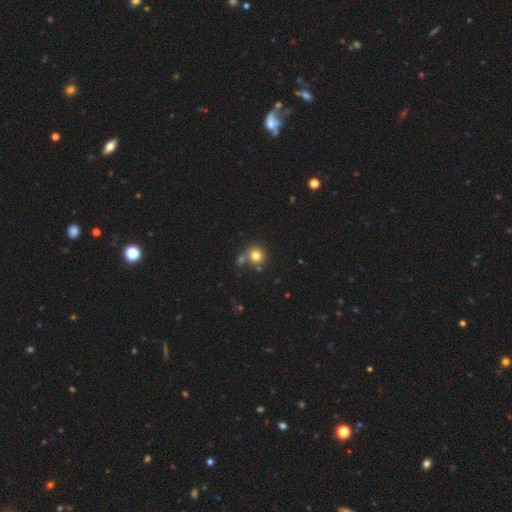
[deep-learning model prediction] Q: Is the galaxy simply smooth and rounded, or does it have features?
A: smooth — 80%.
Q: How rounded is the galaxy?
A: round — 89%.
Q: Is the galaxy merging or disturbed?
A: none — 63%.